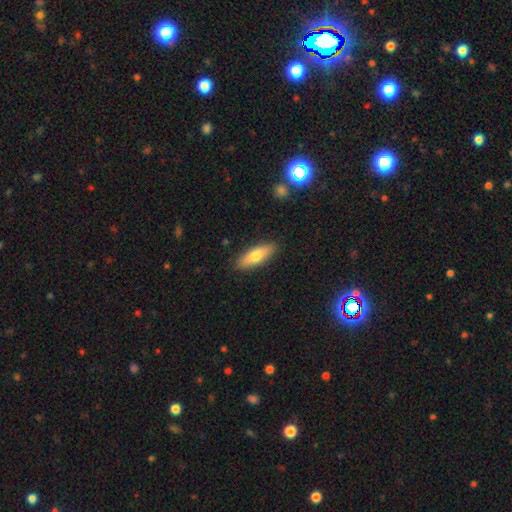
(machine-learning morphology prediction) The model was most divided on "how rounded": in between: 61%, cigar-shaped: 37%, round: 2%. More confident: merging — none (88%); smooth or featured — smooth (72%).